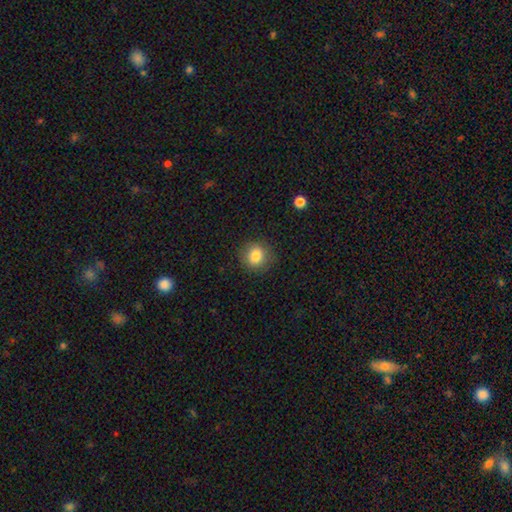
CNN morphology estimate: smooth_or_featured: smooth (p=0.83) [alt: star or artifact p=0.10]
how_rounded: round (p=0.88) [alt: in between p=0.11]
merging: none (p=0.87) [alt: minor disturbance p=0.09]